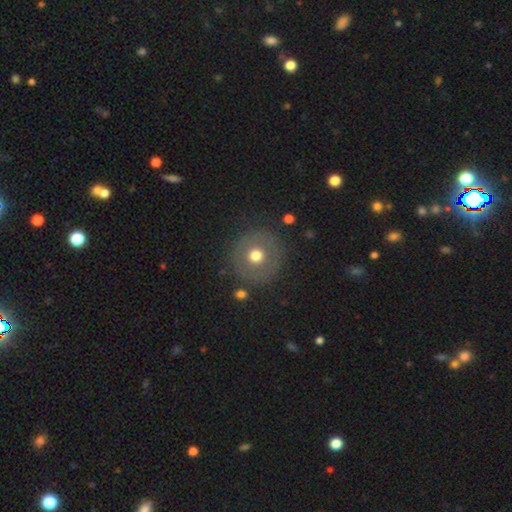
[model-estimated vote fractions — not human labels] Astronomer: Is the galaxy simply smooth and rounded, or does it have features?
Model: smooth — 61%.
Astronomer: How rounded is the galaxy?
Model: round — 95%.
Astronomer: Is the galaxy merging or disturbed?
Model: none — 85%.